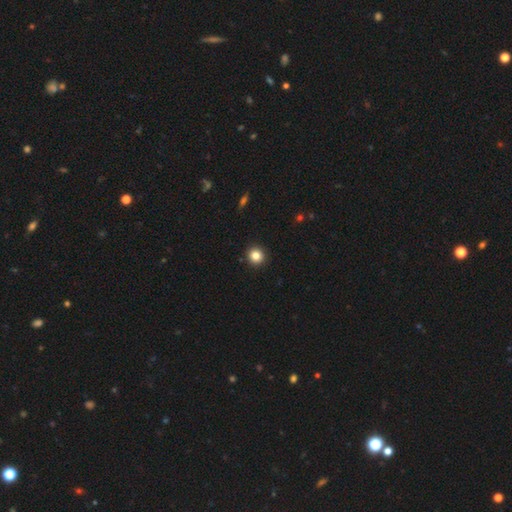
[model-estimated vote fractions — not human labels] Smooth or featured?
  - smooth: 84% *
  - star or artifact: 11%
  - featured or disk: 5%
How rounded?
  - round: 91% *
  - in between: 8%
  - cigar-shaped: 1%
Merging?
  - none: 93% *
  - minor disturbance: 5%
  - major disturbance: 1%
  - merger: 1%